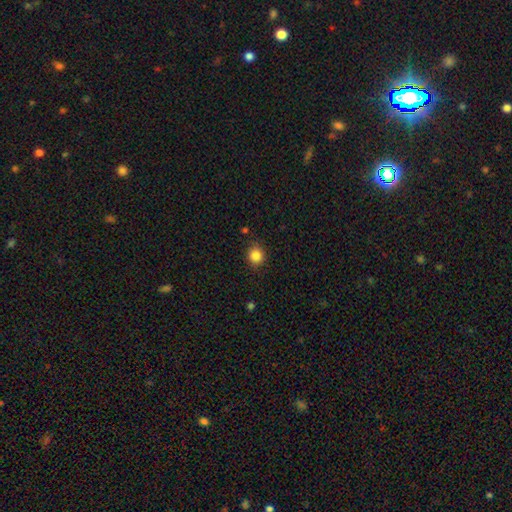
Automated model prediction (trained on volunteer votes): This is clearly a smooth galaxy (85%). How rounded: clearly round (86%). Merging: clearly none (86%).